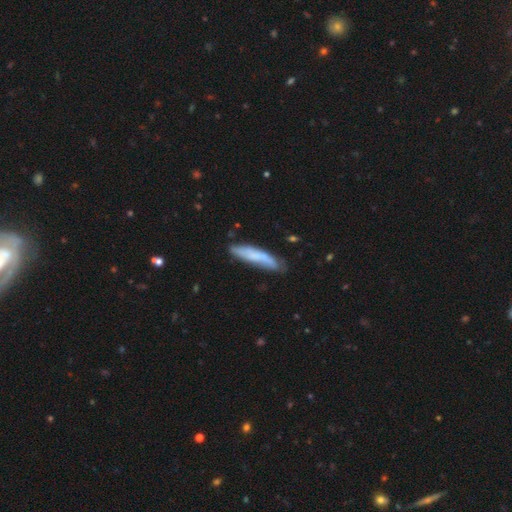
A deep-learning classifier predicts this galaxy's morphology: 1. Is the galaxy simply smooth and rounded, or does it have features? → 61% smooth, 33% featured or disk, 7% star or artifact.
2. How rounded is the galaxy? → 83% cigar-shaped, 16% in between, 1% round.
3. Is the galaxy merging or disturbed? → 68% none, 24% minor disturbance, 5% major disturbance, 3% merger.